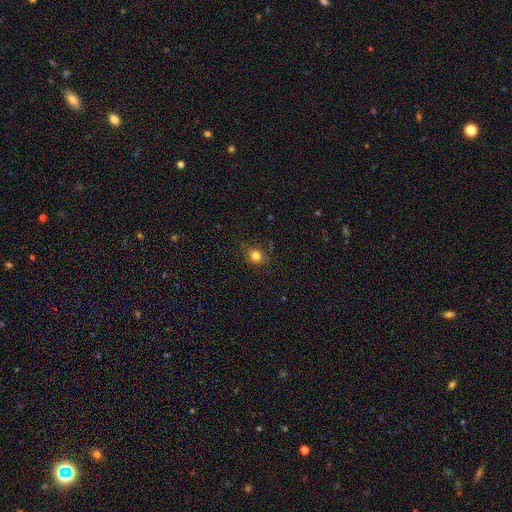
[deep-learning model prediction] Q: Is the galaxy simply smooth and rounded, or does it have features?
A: smooth — 80%.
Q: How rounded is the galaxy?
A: round — 70%.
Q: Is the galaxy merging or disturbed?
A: none — 83%.